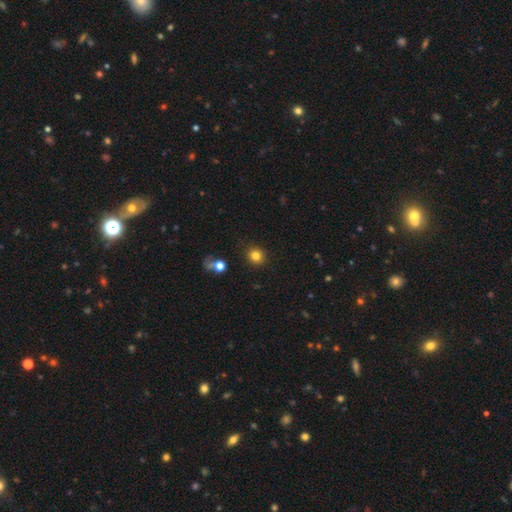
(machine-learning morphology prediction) This appears to be a smooth galaxy with no disk features (81%) that is round (87%). Merging: none (88%).